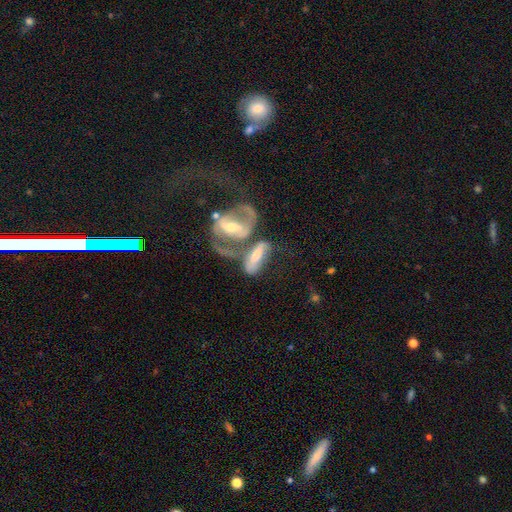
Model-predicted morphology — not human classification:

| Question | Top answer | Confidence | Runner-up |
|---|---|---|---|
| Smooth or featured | featured or disk | 60% | smooth (32%) |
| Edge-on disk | no | 83% | yes (17%) |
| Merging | merger | 57% | none (18%) |